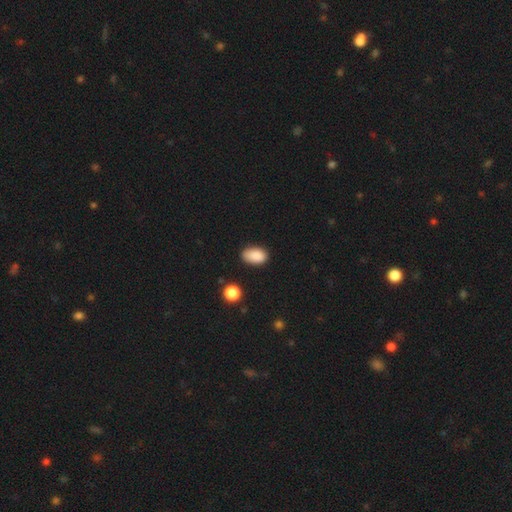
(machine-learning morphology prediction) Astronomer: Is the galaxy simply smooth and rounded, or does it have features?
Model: smooth — 87%.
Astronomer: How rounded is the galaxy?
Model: in between — 91%.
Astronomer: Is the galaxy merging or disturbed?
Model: none — 75%.